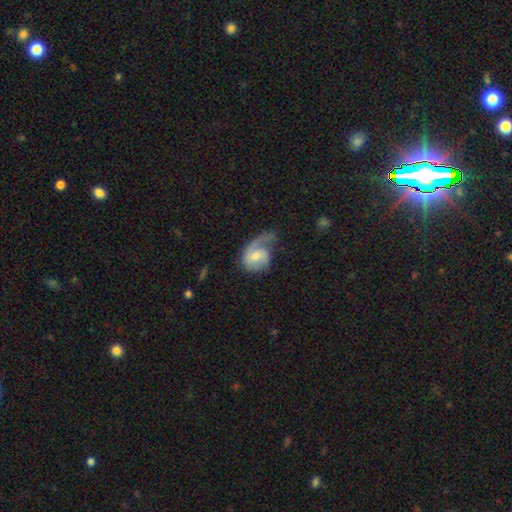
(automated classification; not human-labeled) This appears to be a featured or disk galaxy (68%) with no bar (52%), 1 (61%) medium (40%) spiral arms (89%) and a moderate central bulge (49%). Merging: major disturbance (41%).